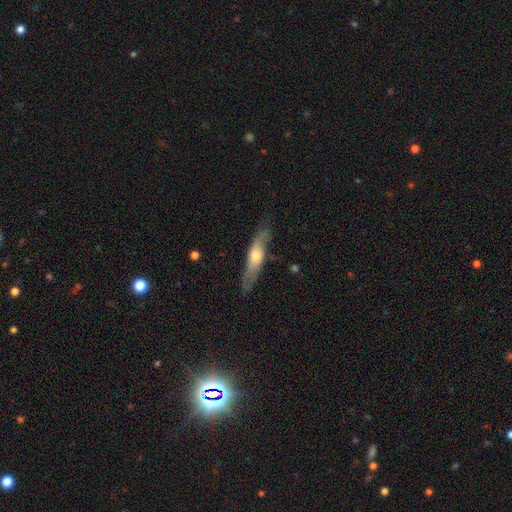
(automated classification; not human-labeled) smooth-or-featured: featured or disk: 52% | smooth: 42% | star or artifact: 6%
  disk-edge-on: yes: 61% | no: 39%
  merging: none: 67% | minor disturbance: 22% | major disturbance: 8% | merger: 2%